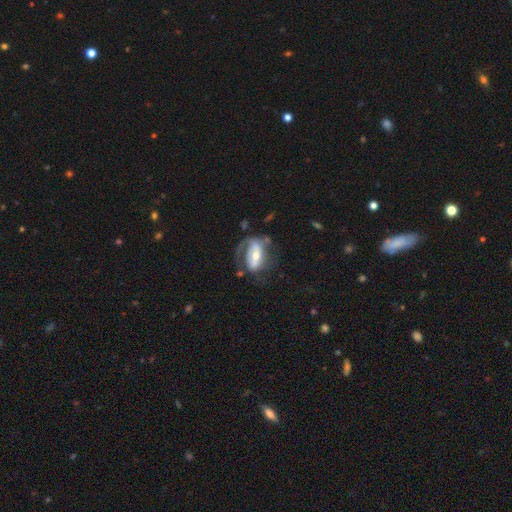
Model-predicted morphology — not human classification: The model was most divided on "merging": none: 43%, major disturbance: 32%, minor disturbance: 20%, merger: 4%. Remaining: edge-on disk — no (91%); spiral arms — yes (73%); smooth or featured — featured or disk (70%); bulge size — moderate (57%); bar — strong (47%).